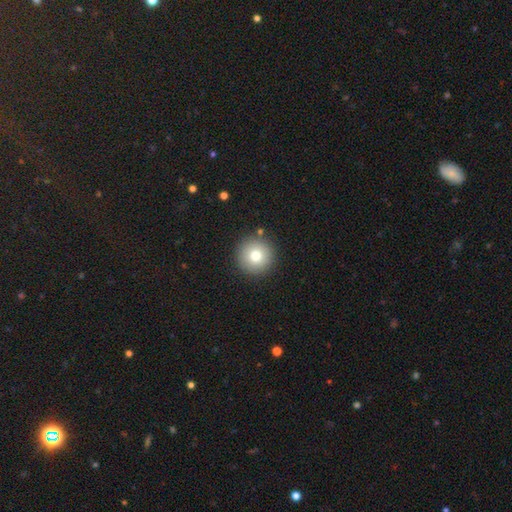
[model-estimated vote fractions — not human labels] smooth-or-featured: smooth: 77% | featured or disk: 12% | star or artifact: 11%
  how-rounded: round: 96% | in between: 3% | cigar-shaped: 1%
  merging: none: 89% | minor disturbance: 6% | merger: 2% | major disturbance: 2%